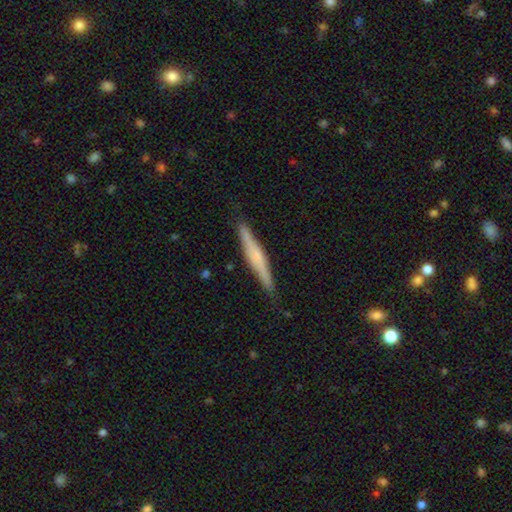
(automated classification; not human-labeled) A featured or disk galaxy (54%) viewed edge-on (96%) with a rounded central bulge (52%).

Vote fractions:
- Smooth or featured? featured or disk: 54% / smooth: 40% / star or artifact: 6%
- Edge-on disk? yes: 96% / no: 4%
- Edge-on bulge? rounded: 52% / none: 32% / boxy: 16%
- Merging? none: 85% / minor disturbance: 11% / major disturbance: 2% / merger: 1%